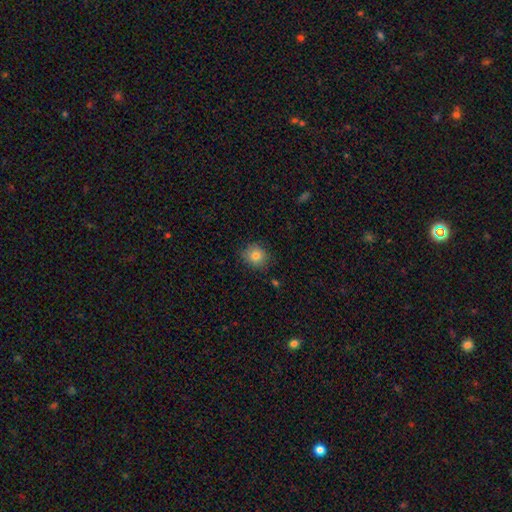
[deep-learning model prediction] This is clearly a smooth galaxy (82%). How rounded: likely round (78%). Merging: clearly none (83%).